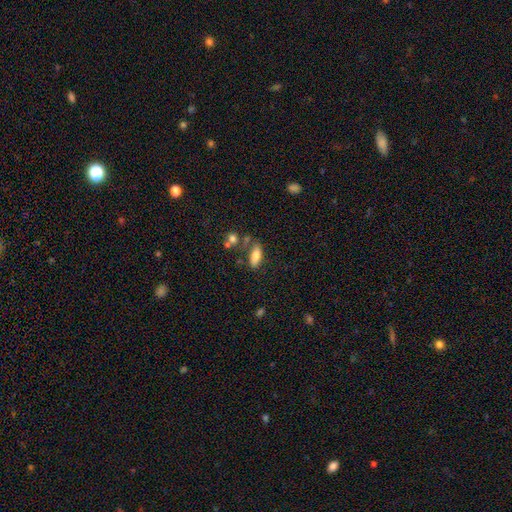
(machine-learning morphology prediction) Q: Smooth or featured?
A: smooth (77%); runner-up: featured or disk (15%)
Q: How rounded?
A: in between (76%); runner-up: cigar-shaped (21%)
Q: Merging?
A: none (64%); runner-up: minor disturbance (18%)